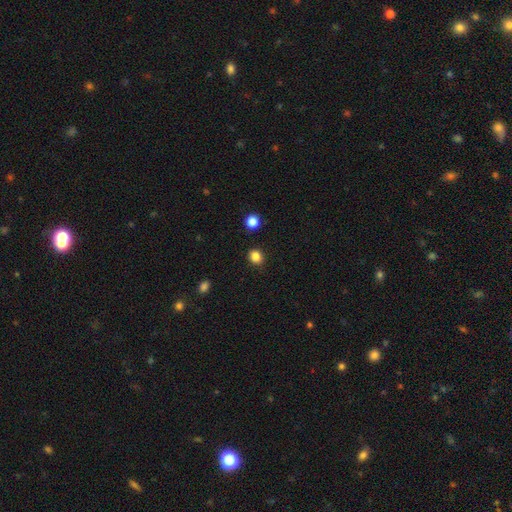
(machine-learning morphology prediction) smooth 85%, star or artifact 12%, featured or disk 3%. Down the decision tree: how rounded — round (69%); merging — none (88%).